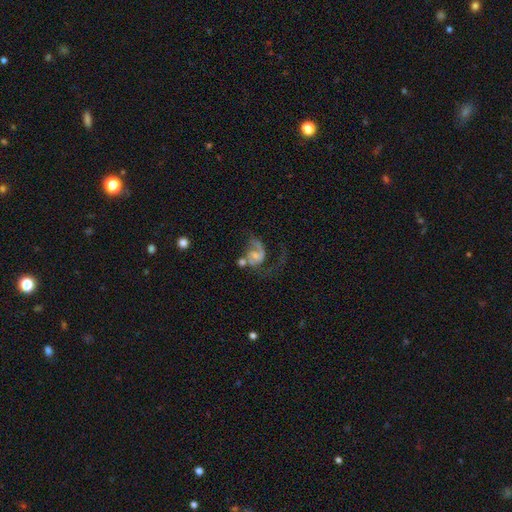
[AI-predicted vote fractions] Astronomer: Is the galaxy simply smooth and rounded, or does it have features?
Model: featured or disk — 75%.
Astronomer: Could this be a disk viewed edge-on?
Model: no — 98%.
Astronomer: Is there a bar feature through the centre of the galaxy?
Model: no — 63%.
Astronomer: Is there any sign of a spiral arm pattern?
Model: yes — 91%.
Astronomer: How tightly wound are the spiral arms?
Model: medium — 42% (runner-up: loose, 41%).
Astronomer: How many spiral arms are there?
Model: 2 — 52% (runner-up: 1, 39%).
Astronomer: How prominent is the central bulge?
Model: small — 45% (runner-up: moderate, 32%).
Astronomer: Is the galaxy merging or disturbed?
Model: major disturbance — 35% (runner-up: none, 28%).